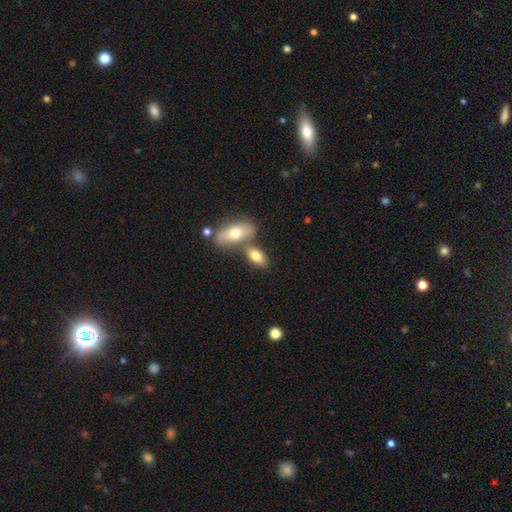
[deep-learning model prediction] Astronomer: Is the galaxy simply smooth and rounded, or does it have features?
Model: smooth — 77%.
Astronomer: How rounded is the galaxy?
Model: in between — 87%.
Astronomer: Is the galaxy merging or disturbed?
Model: none — 51% (runner-up: merger, 35%).